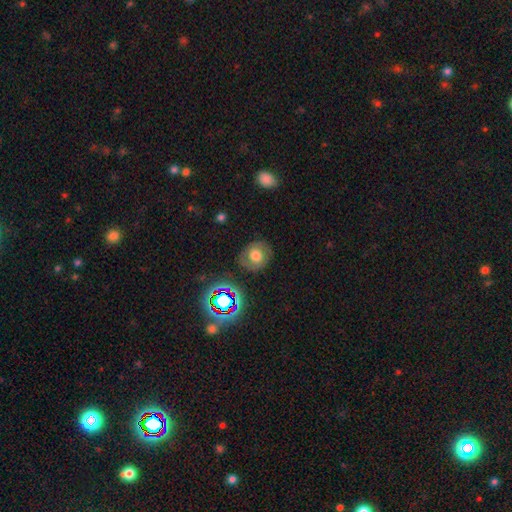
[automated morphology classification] A smooth galaxy with no disk features (55%) that is round (78%). Merging: none (80%).